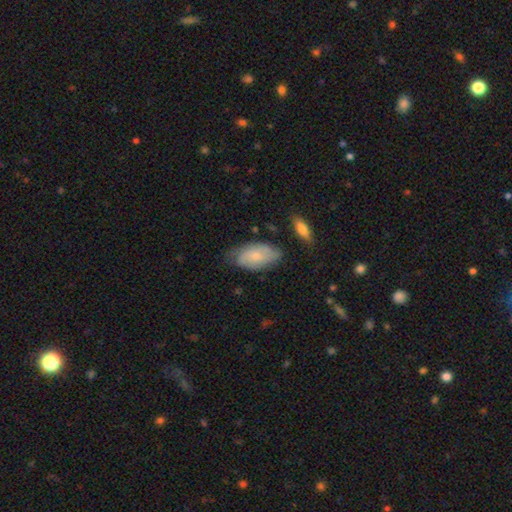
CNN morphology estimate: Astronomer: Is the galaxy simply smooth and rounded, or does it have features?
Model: smooth — 58% (runner-up: featured or disk, 36%).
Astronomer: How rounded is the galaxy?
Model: in between — 93%.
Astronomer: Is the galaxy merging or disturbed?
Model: none — 60%.